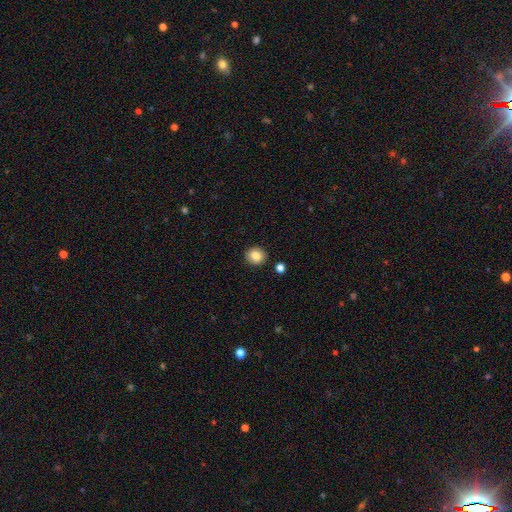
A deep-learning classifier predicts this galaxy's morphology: This appears to be a smooth galaxy with no disk features (84%) that is round (83%). Merging: none (89%).